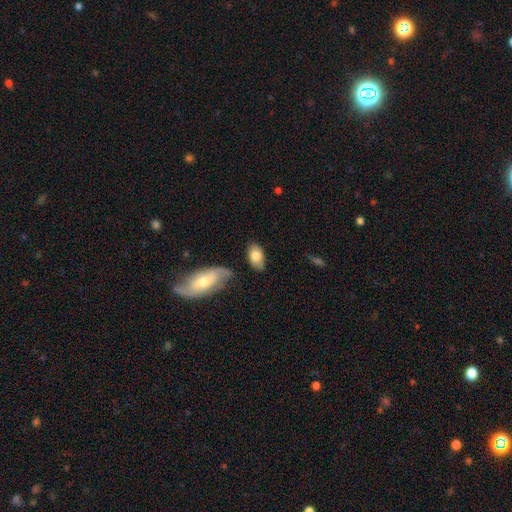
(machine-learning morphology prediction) Smooth or featured: smooth — 77% (featured or disk — 16%)
How rounded: in between — 92% (round — 6%)
Merging: none — 73% (minor disturbance — 17%)